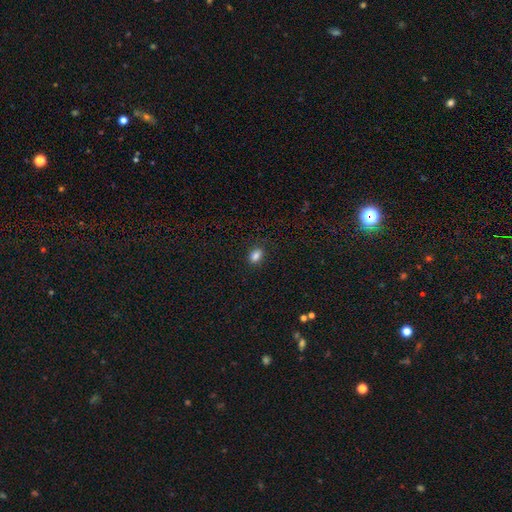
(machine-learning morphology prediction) smooth-or-featured: smooth: 83% | star or artifact: 12% | featured or disk: 5%
  how-rounded: in between: 79% | round: 19% | cigar-shaped: 2%
  merging: none: 82% | minor disturbance: 13% | major disturbance: 3% | merger: 2%